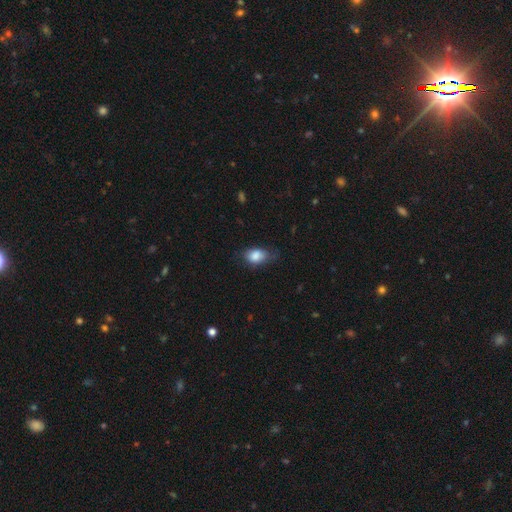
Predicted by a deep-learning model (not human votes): Smooth or featured?
  - smooth: 84% *
  - featured or disk: 9%
  - star or artifact: 7%
How rounded?
  - in between: 84% *
  - round: 14%
  - cigar-shaped: 2%
Merging?
  - none: 54% *
  - minor disturbance: 34%
  - major disturbance: 10%
  - merger: 2%